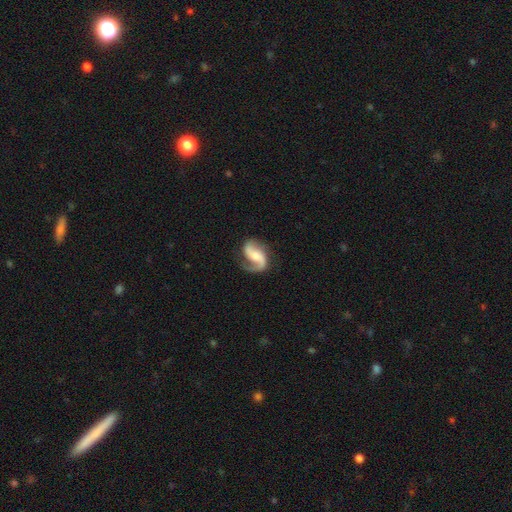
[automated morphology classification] Q: Smooth or featured?
A: featured or disk (87%); runner-up: smooth (9%)
Q: Edge-on disk?
A: no (98%); runner-up: yes (2%)
Q: Bar?
A: no (42%); runner-up: weak (38%)
Q: Spiral arms?
A: yes (97%); runner-up: no (3%)
Q: Spiral winding?
A: medium (45%); runner-up: loose (42%)
Q: Spiral arm count?
A: 2 (83%); runner-up: 1 (12%)
Q: Bulge size?
A: moderate (41%); runner-up: small (33%)
Q: Merging?
A: none (71%); runner-up: minor disturbance (17%)